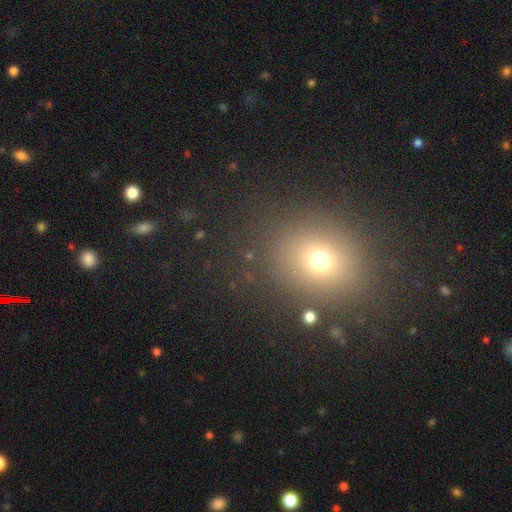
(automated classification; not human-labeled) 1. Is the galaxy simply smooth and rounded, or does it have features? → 60% smooth, 31% star or artifact, 9% featured or disk.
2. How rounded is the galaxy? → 69% round, 29% in between, 1% cigar-shaped.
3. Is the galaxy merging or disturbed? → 87% none, 7% minor disturbance, 3% major disturbance, 2% merger.